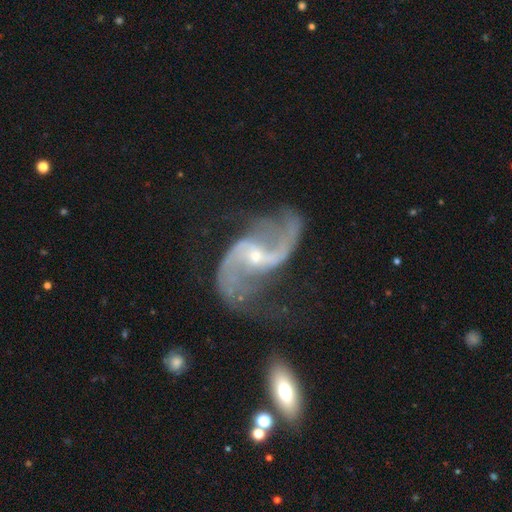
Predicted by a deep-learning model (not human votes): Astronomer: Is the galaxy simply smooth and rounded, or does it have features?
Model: featured or disk — 92%.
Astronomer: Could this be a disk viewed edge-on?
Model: no — 97%.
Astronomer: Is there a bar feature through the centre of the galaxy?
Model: weak — 42% (runner-up: no, 37%).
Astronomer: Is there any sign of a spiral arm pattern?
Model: yes — 97%.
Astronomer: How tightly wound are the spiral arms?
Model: loose — 76%.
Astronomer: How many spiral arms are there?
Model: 2 — 93%.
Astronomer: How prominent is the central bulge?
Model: small — 68%.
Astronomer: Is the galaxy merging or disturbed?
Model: none — 61%.